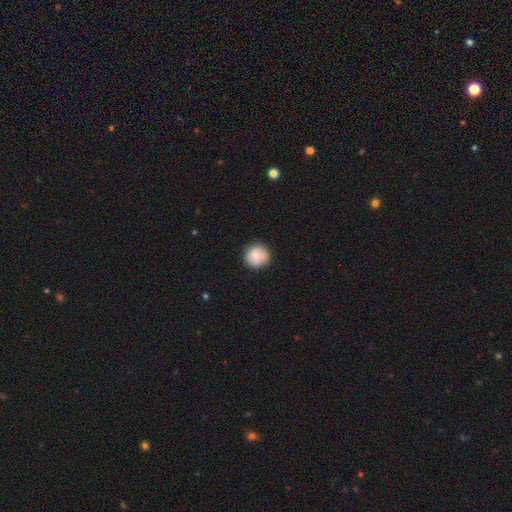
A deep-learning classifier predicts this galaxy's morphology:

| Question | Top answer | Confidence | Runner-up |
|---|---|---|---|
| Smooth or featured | smooth | 78% | featured or disk (15%) |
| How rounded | round | 93% | in between (6%) |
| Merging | none | 84% | minor disturbance (12%) |